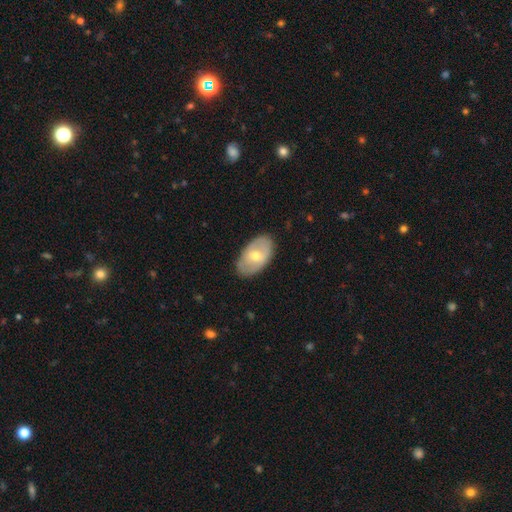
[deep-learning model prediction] Smooth or featured?
  - featured or disk: 48% *
  - smooth: 46%
  - star or artifact: 6%
Merging?
  - none: 81% *
  - minor disturbance: 14%
  - major disturbance: 3%
  - merger: 1%